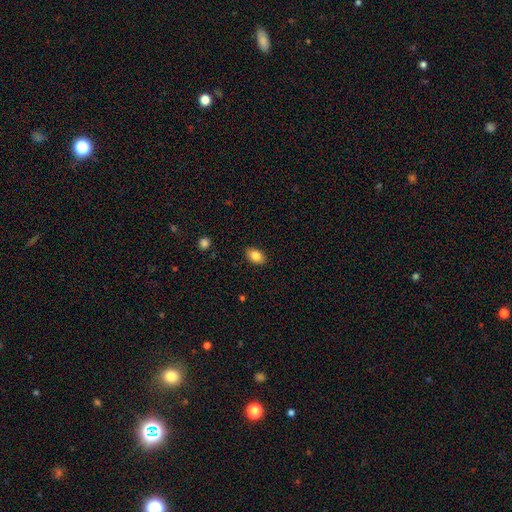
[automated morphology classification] Smooth or featured? Predicted: smooth (p=0.84). How rounded? Predicted: in between (p=0.86). Merging? Predicted: none (p=0.88).